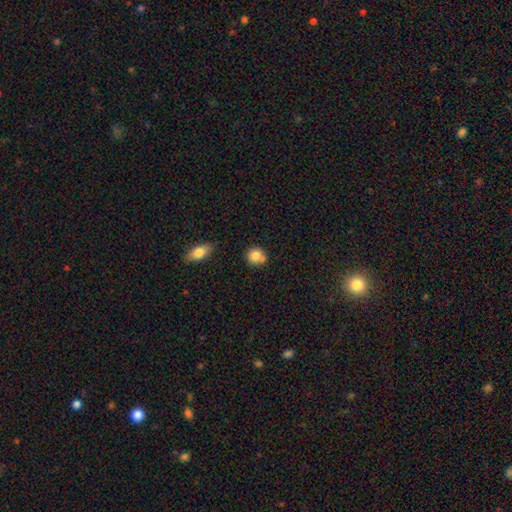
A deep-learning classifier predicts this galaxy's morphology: smooth 83%, star or artifact 9%, featured or disk 8%. Down the decision tree: how rounded — round (87%); merging — none (69%).